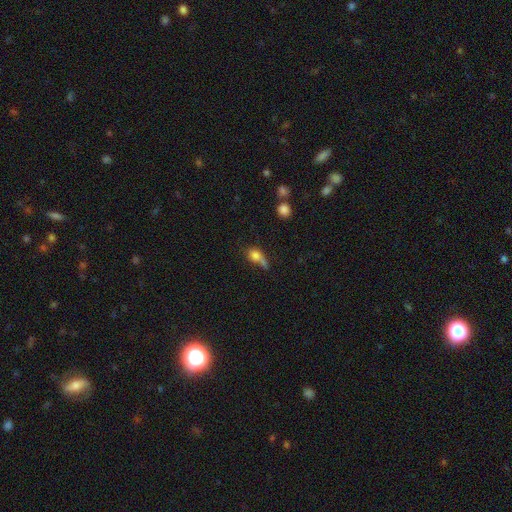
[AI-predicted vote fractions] smooth 73%, featured or disk 15%, star or artifact 11%. Down the decision tree: how rounded — in between (49%); merging — none (31%).